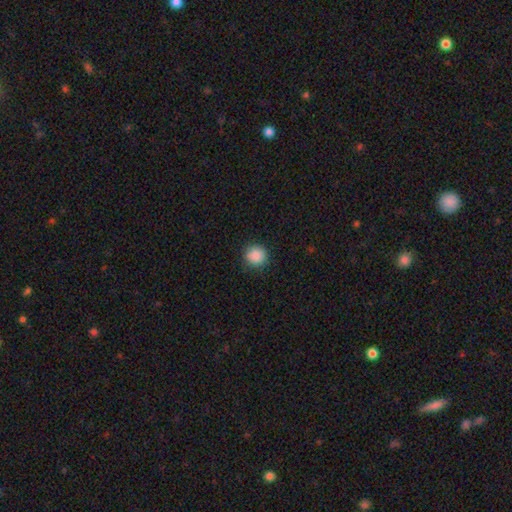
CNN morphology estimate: Smooth or featured: smooth — 88% (star or artifact — 9%)
How rounded: round — 94% (in between — 5%)
Merging: none — 89% (minor disturbance — 7%)